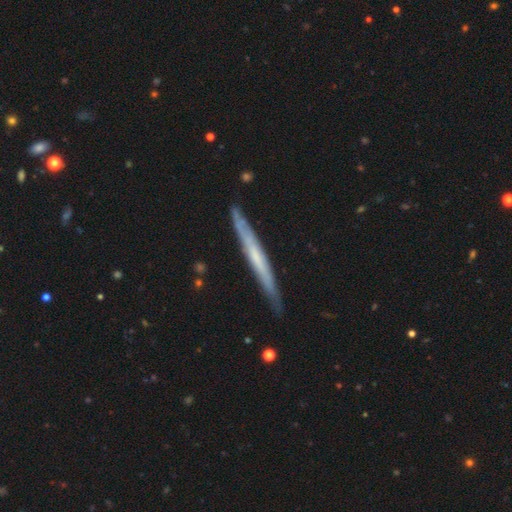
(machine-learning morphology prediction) Smooth or featured? featured or disk (60%)
Edge-on disk? yes (93%)
Edge-on bulge? none (78%)
Merging? none (86%)